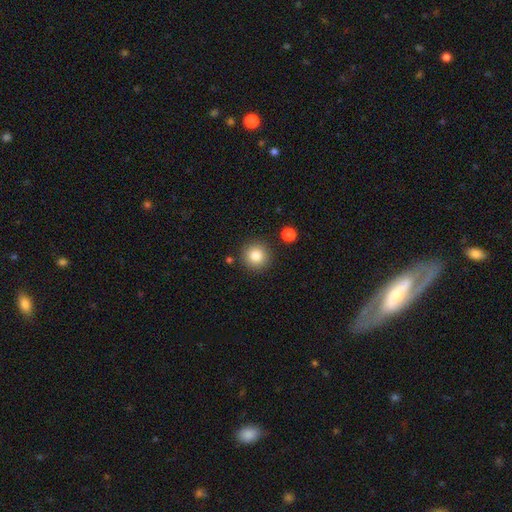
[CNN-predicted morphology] This is clearly a smooth galaxy (84%). How rounded: clearly round (95%). Merging: clearly none (87%).